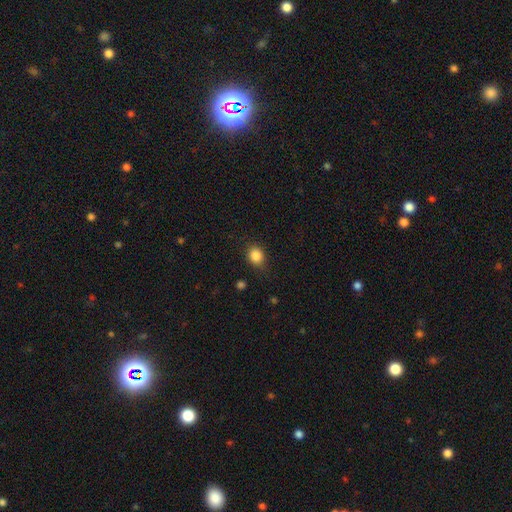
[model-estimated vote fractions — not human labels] The model was most divided on "how rounded": round: 61%, in between: 38%, cigar-shaped: 1%. More confident: smooth or featured — smooth (86%); merging — none (81%).